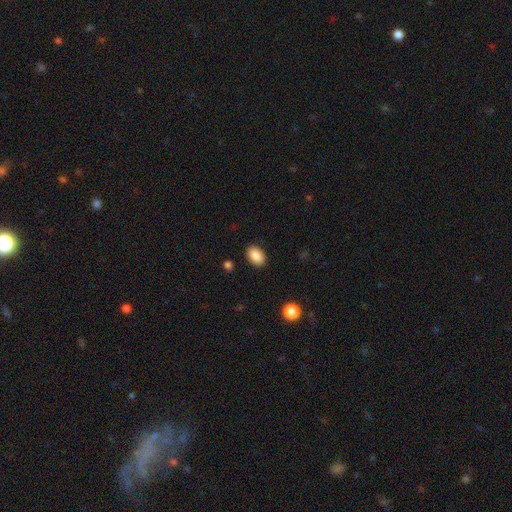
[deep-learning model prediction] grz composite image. It shows a smooth galaxy with no disk features (88%) that is in between round and cigar-shaped (88%). Merging: none (89%).